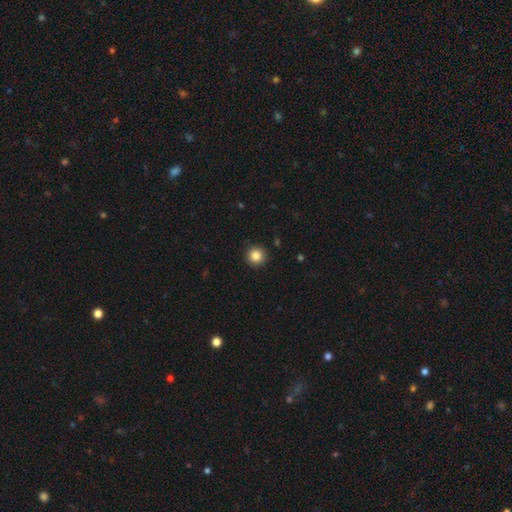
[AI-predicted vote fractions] This is clearly a smooth galaxy (85%). How rounded: clearly round (95%). Merging: clearly none (92%).